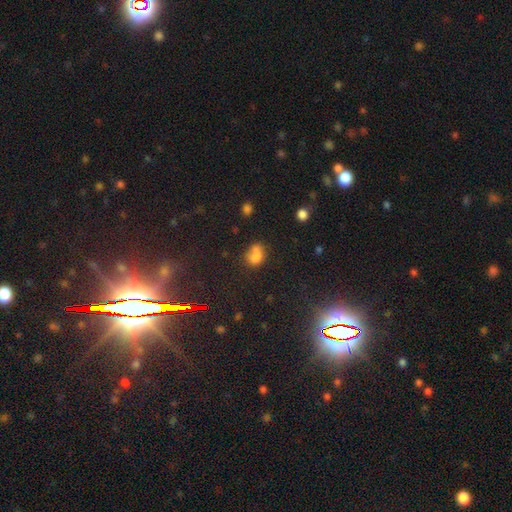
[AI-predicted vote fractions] Morphology: type=smooth (71%); roundness=in between (65%); merging=none (35%).